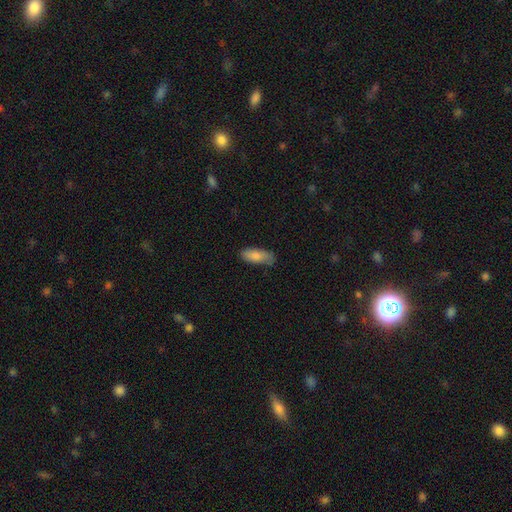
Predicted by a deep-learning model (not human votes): Morphology: type=smooth (84%); roundness=in between (74%); merging=none (68%).